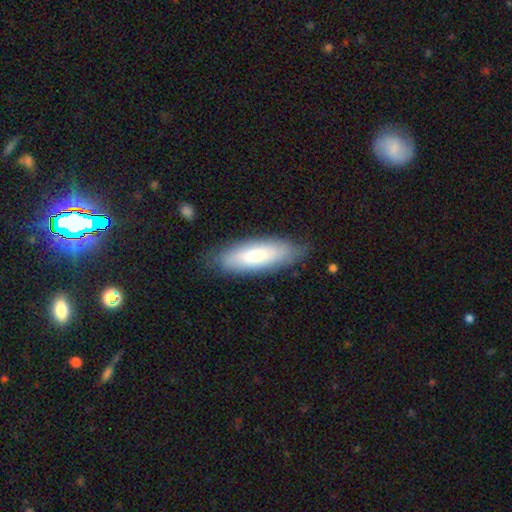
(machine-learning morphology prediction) smooth_or_featured: smooth (p=0.75) [alt: featured or disk p=0.19]
how_rounded: in between (p=0.62) [alt: cigar-shaped p=0.37]
merging: none (p=0.78) [alt: minor disturbance p=0.17]